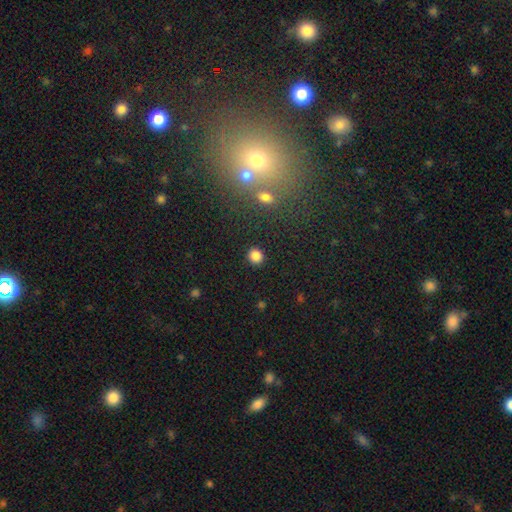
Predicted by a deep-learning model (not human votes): Overall: smooth (85%). How rounded: round (83%). Merging: none (91%).